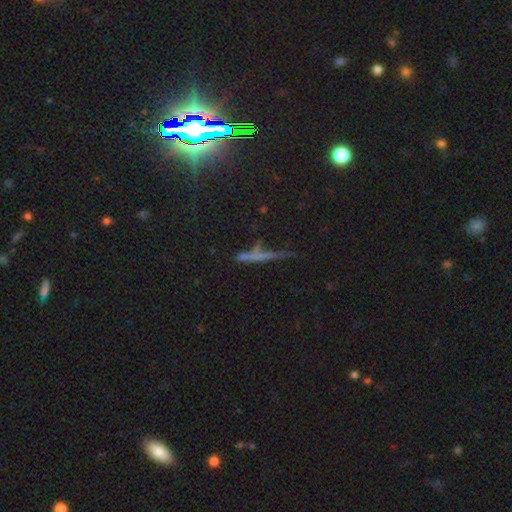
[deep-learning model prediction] The model was most divided on "smooth or featured" (2-way tie): star or artifact: 37%, smooth: 37%, featured or disk: 25%.